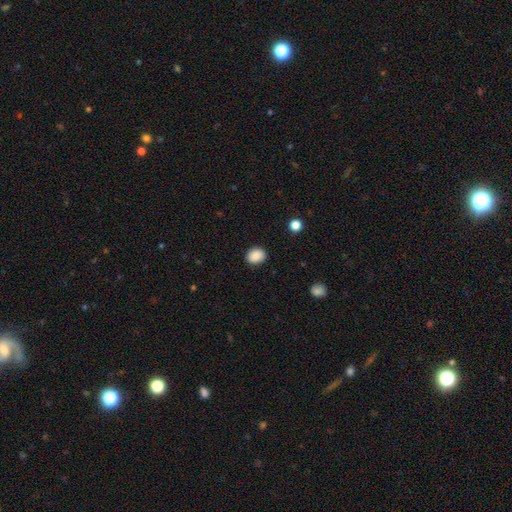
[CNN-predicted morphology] Smooth or featured? Predicted: smooth (p=0.89). How rounded? Predicted: round (p=0.52). Merging? Predicted: none (p=0.88).